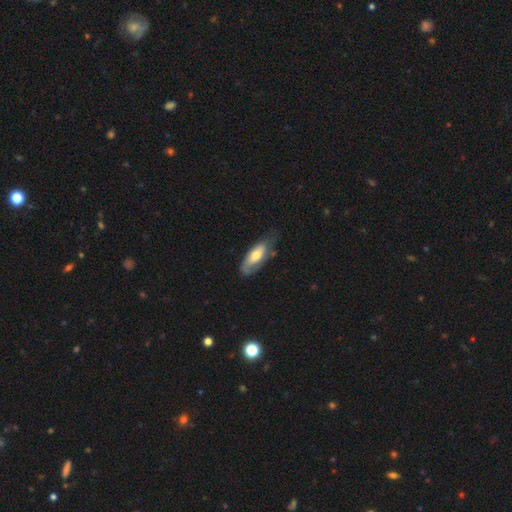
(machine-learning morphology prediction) Q: Smooth or featured?
A: smooth (54%); runner-up: featured or disk (40%)
Q: How rounded?
A: in between (77%); runner-up: cigar-shaped (21%)
Q: Merging?
A: none (50%); runner-up: minor disturbance (34%)